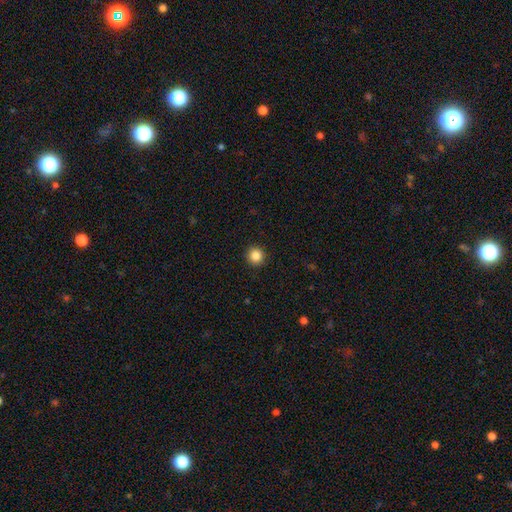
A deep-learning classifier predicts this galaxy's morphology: A smooth galaxy with no disk features (85%) that is round (94%).

Vote fractions:
- Smooth or featured? smooth: 85% / star or artifact: 11% / featured or disk: 4%
- How rounded? round: 94% / in between: 5% / cigar-shaped: 1%
- Merging? none: 93% / minor disturbance: 5% / major disturbance: 2% / merger: 1%